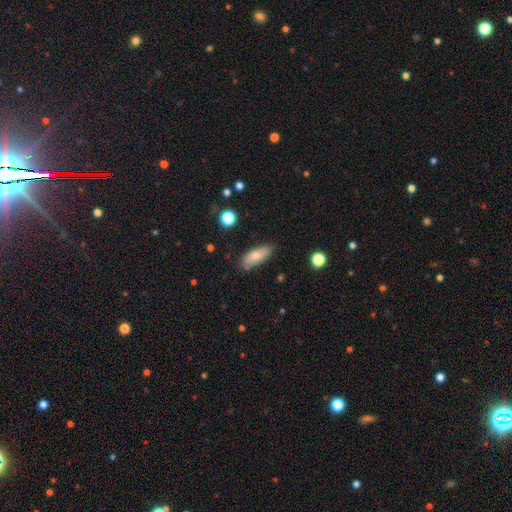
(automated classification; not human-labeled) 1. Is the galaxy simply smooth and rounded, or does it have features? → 78% smooth, 15% featured or disk, 7% star or artifact.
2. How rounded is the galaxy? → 75% in between, 22% cigar-shaped, 3% round.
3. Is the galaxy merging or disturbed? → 78% none, 16% minor disturbance, 3% major disturbance, 2% merger.